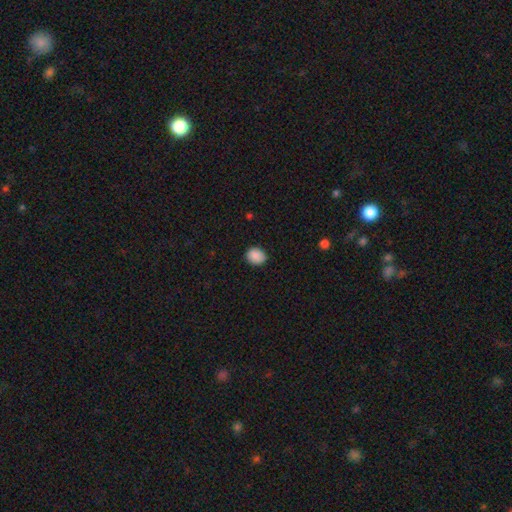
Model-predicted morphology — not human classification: This is clearly a smooth galaxy (89%). How rounded: likely round (61%). Merging: clearly none (87%).